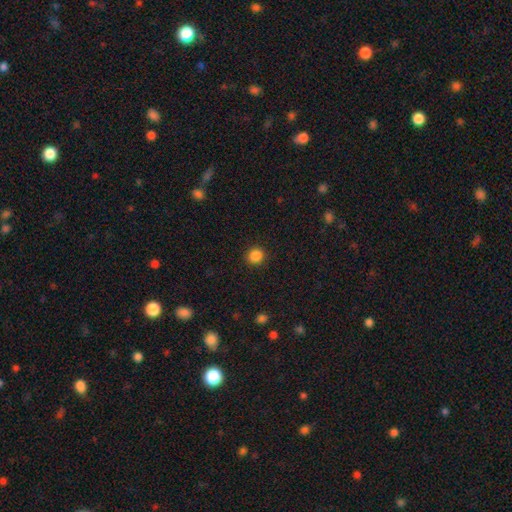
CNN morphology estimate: type=smooth (86%); roundness=round (89%); merging=none (91%).